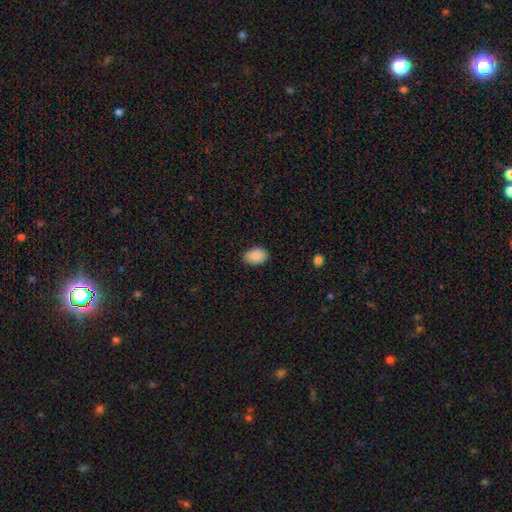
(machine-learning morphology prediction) type=smooth (89%); roundness=in between (86%); merging=none (86%).